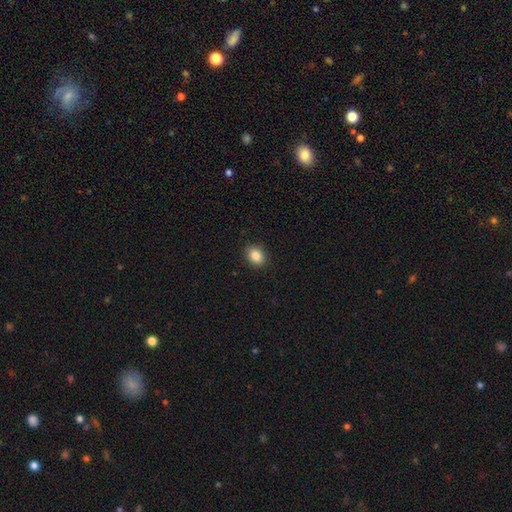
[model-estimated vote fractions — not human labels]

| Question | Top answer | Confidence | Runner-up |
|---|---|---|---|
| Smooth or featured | smooth | 86% | star or artifact (9%) |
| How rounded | in between | 57% | round (42%) |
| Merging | none | 89% | minor disturbance (8%) |